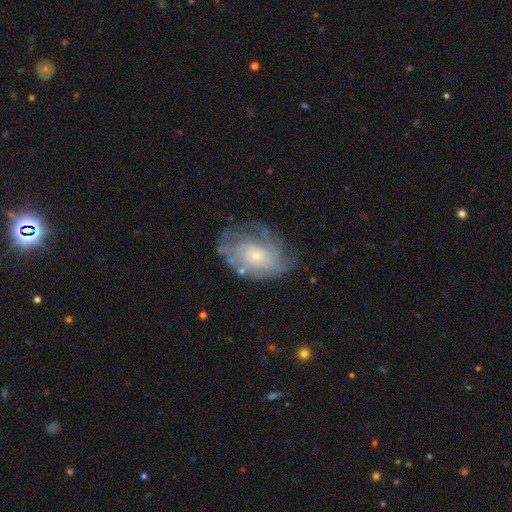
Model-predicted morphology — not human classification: Smooth or featured?
  - featured or disk: 74% *
  - smooth: 19%
  - star or artifact: 8%
Edge-on disk?
  - no: 96% *
  - yes: 4%
Bar?
  - no: 81% *
  - weak: 16%
  - strong: 3%
Spiral arms?
  - yes: 83% *
  - no: 17%
Spiral winding?
  - tight: 60% *
  - medium: 28%
  - loose: 11%
Spiral arm count?
  - can't tell: 53% *
  - 2: 15%
  - 3: 12%
  - 4: 9%
  - 1: 6%
  - more than 4: 6%
Bulge size?
  - small: 72% *
  - moderate: 22%
  - large: 2%
  - none: 2%
  - dominant: 1%
Merging?
  - none: 62% *
  - minor disturbance: 22%
  - major disturbance: 13%
  - merger: 2%